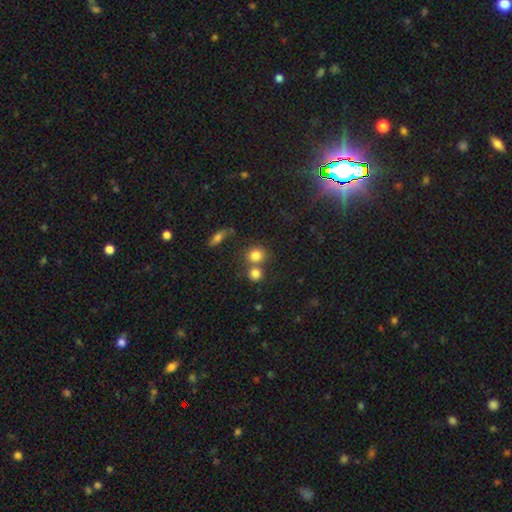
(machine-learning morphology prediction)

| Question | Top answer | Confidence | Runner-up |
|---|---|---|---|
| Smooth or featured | smooth | 80% | star or artifact (12%) |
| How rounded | round | 82% | in between (17%) |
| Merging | none | 53% | merger (35%) |